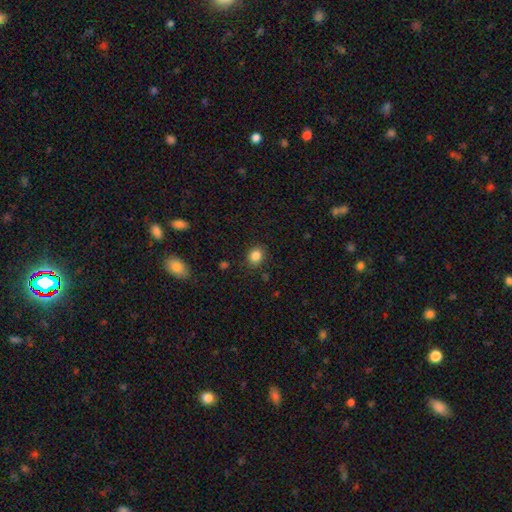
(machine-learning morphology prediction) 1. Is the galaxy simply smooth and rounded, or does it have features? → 85% smooth, 11% star or artifact, 4% featured or disk.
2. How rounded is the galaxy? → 64% round, 35% in between, 1% cigar-shaped.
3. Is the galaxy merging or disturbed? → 85% none, 10% minor disturbance, 3% major disturbance, 2% merger.